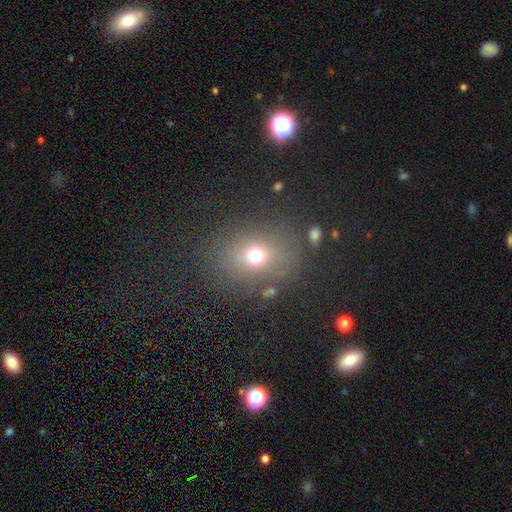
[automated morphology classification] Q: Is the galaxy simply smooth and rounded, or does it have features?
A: smooth — 66%.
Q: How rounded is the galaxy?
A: round — 58%.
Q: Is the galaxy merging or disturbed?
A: none — 77%.